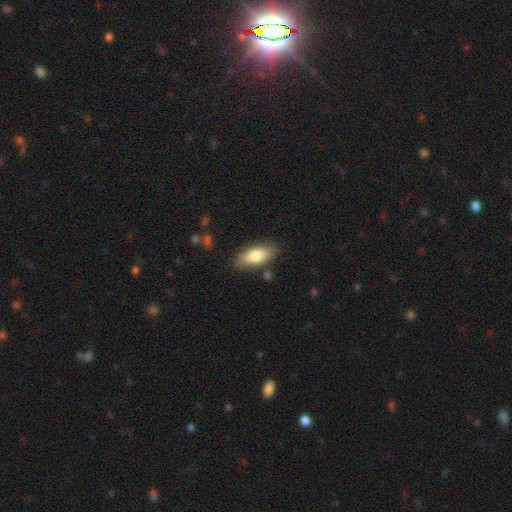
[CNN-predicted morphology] Q: Smooth or featured?
A: smooth (76%); runner-up: featured or disk (19%)
Q: How rounded?
A: in between (83%); runner-up: cigar-shaped (14%)
Q: Merging?
A: none (82%); runner-up: minor disturbance (13%)